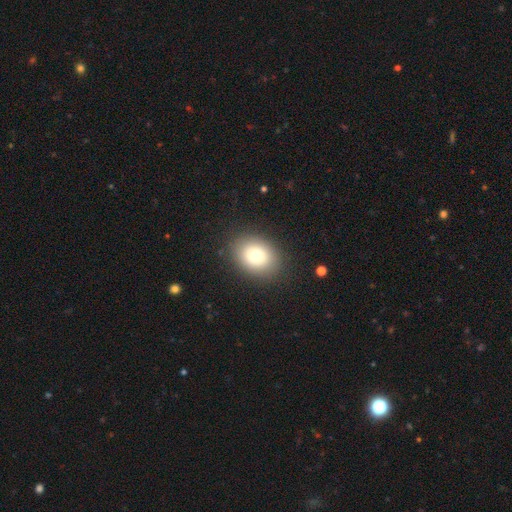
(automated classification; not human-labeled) Q: Smooth or featured?
A: smooth (77%); runner-up: featured or disk (13%)
Q: How rounded?
A: in between (57%); runner-up: round (42%)
Q: Merging?
A: none (86%); runner-up: minor disturbance (9%)